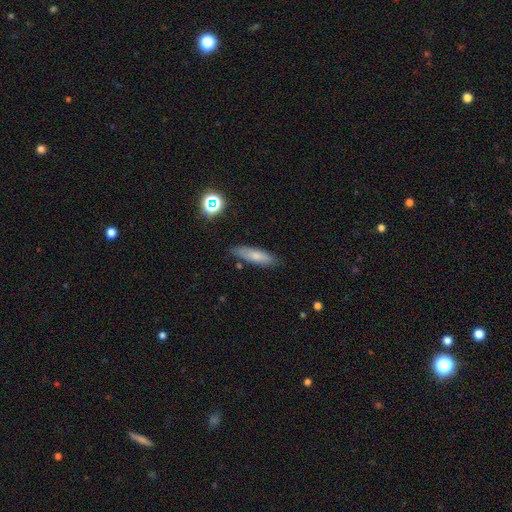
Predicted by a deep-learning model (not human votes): The model was most divided on "how rounded": cigar-shaped: 61%, in between: 37%, round: 2%. More confident: merging — none (79%); smooth or featured — smooth (73%).